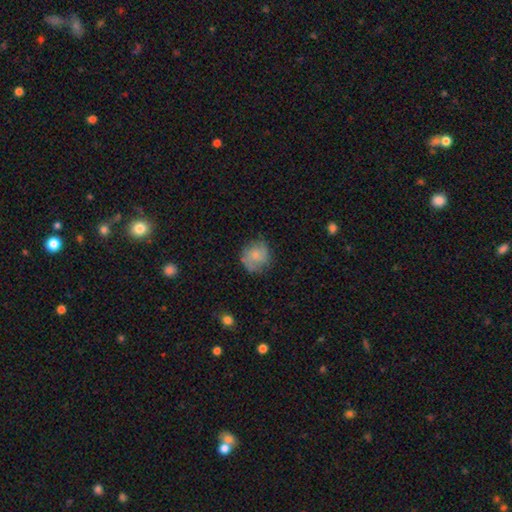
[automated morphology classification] This appears to be a smooth galaxy with no disk features (63%) that is round (82%). Merging: none (69%).